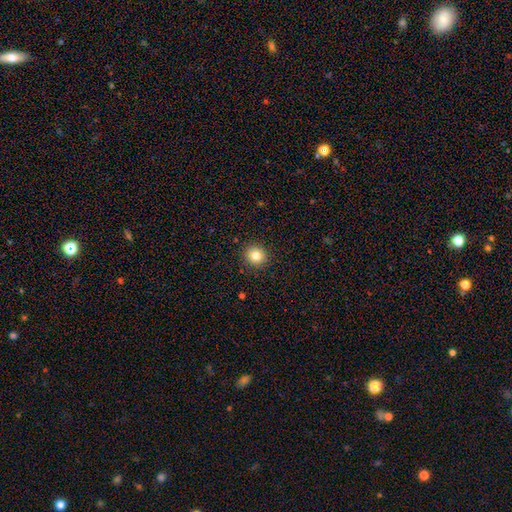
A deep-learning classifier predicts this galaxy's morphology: smooth 81%, star or artifact 12%, featured or disk 7%. Down the decision tree: how rounded — round (91%); merging — none (92%).